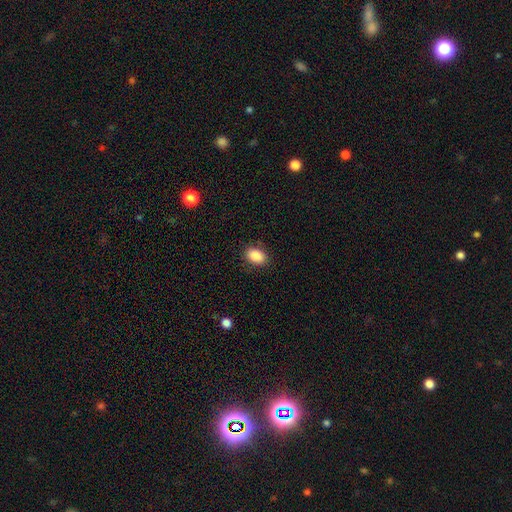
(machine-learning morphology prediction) Overall: smooth (88%). How rounded: in between (84%). Merging: none (87%).